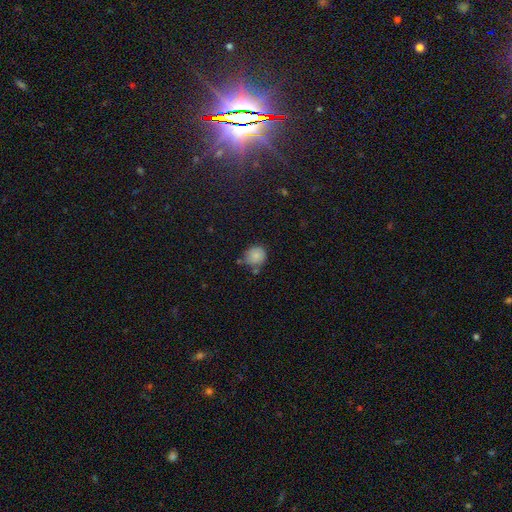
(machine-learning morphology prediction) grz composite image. It shows a smooth galaxy with no disk features (83%) that is round (86%). Merging: none (65%).